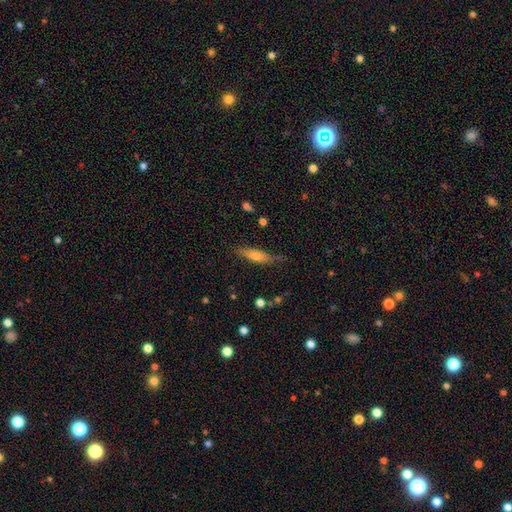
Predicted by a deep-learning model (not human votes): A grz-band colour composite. It shows a smooth galaxy with no disk features (54%) that is cigar-shaped (71%). Merging: none (73%).